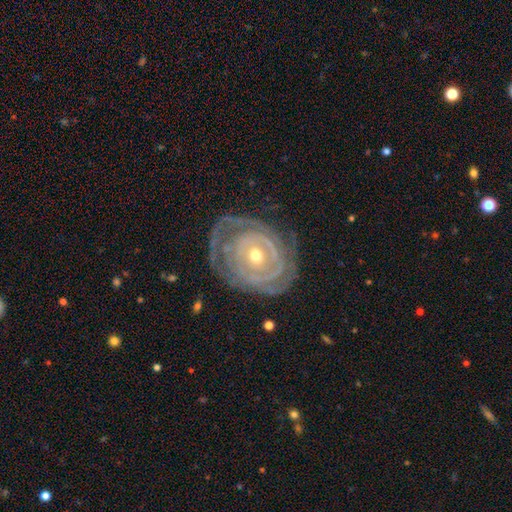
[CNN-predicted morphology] Smooth or featured? featured or disk (86%)
Edge-on disk? no (96%)
Bar? no (71%)
Spiral arms? yes (87%)
Spiral winding? tight (81%)
Spiral arm count? can't tell (38%)
Bulge size? moderate (57%)
Merging? none (66%)